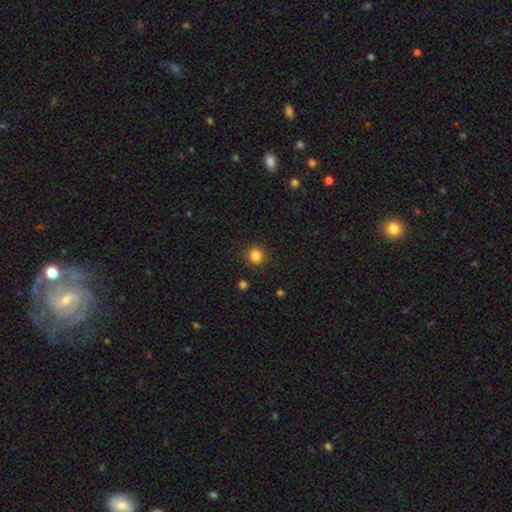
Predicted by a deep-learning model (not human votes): smooth_or_featured: smooth (p=0.84) [alt: star or artifact p=0.12]
how_rounded: round (p=0.84) [alt: in between p=0.15]
merging: none (p=0.89) [alt: minor disturbance p=0.07]